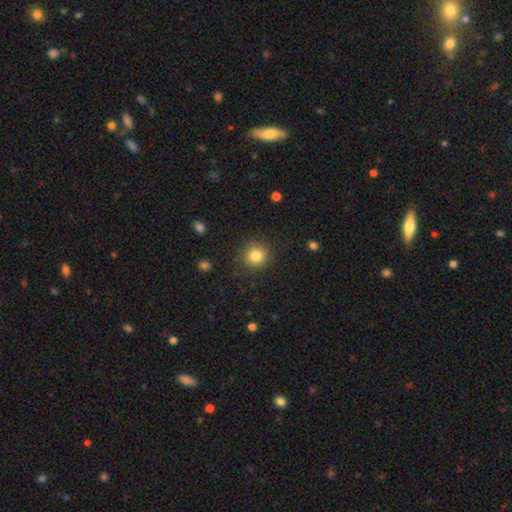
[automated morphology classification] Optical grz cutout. It shows a smooth galaxy with no disk features (82%) that is round (92%). Merging: none (88%).